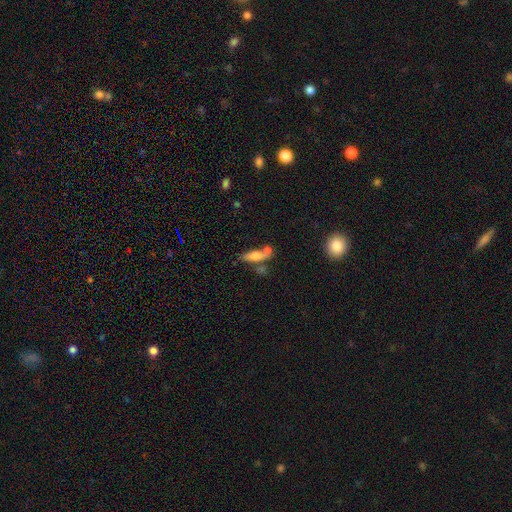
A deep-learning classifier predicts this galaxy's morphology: Q: Smooth or featured?
A: smooth (64%); runner-up: featured or disk (27%)
Q: How rounded?
A: cigar-shaped (49%); runner-up: in between (47%)
Q: Merging?
A: none (47%); runner-up: merger (30%)